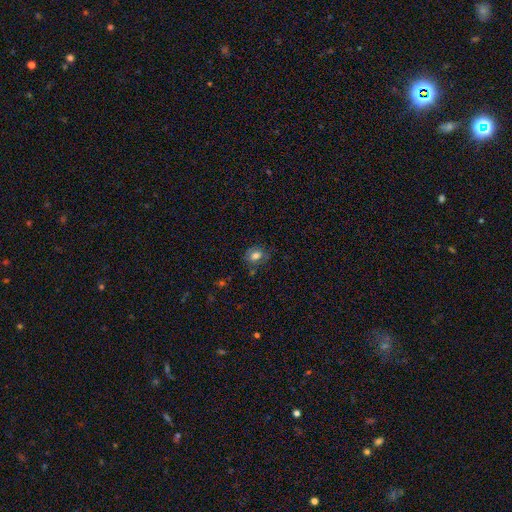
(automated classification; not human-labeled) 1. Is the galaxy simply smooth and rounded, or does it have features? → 73% smooth, 15% featured or disk, 12% star or artifact.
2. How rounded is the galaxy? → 53% in between, 45% round, 1% cigar-shaped.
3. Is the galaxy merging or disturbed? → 68% none, 22% minor disturbance, 7% major disturbance, 4% merger.